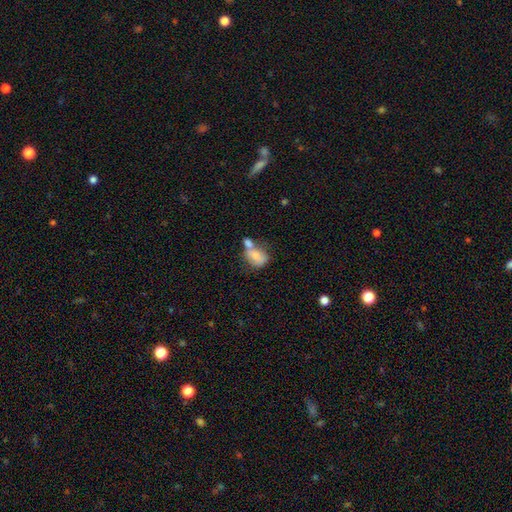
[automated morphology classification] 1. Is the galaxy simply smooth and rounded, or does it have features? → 71% smooth, 21% featured or disk, 8% star or artifact.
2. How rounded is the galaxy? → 68% in between, 30% round, 2% cigar-shaped.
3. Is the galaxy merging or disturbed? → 54% merger, 24% none, 13% minor disturbance, 8% major disturbance.